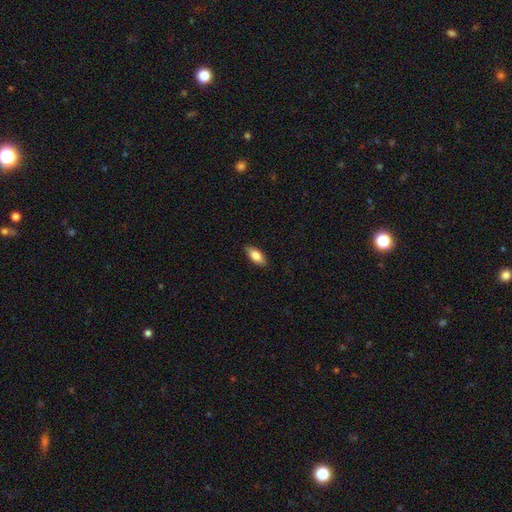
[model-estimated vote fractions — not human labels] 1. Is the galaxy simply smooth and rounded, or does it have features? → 79% smooth, 14% featured or disk, 6% star or artifact.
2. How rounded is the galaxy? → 86% in between, 11% cigar-shaped, 3% round.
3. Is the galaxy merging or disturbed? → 87% none, 10% minor disturbance, 2% major disturbance, 1% merger.